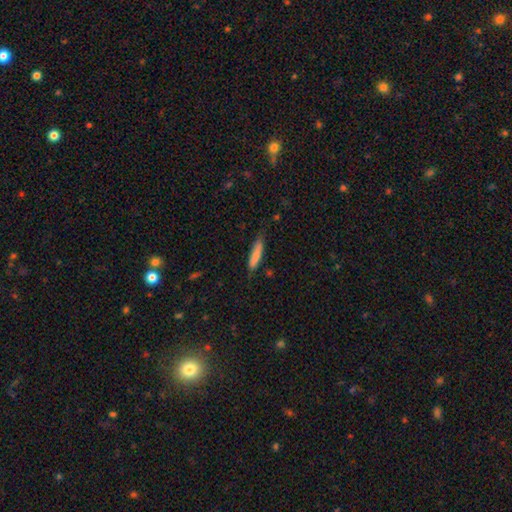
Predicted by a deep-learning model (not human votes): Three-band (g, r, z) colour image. It shows a smooth galaxy with no disk features (81%) that is cigar-shaped (78%). Merging: none (74%).